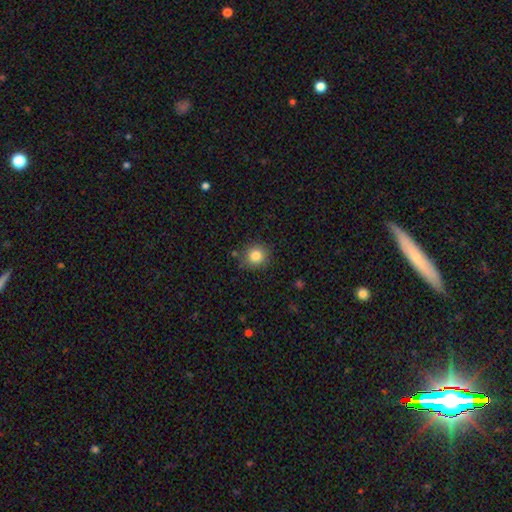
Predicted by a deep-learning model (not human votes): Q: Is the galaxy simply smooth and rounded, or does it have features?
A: smooth — 84%.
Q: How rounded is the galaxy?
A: round — 90%.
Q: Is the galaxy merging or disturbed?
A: none — 84%.